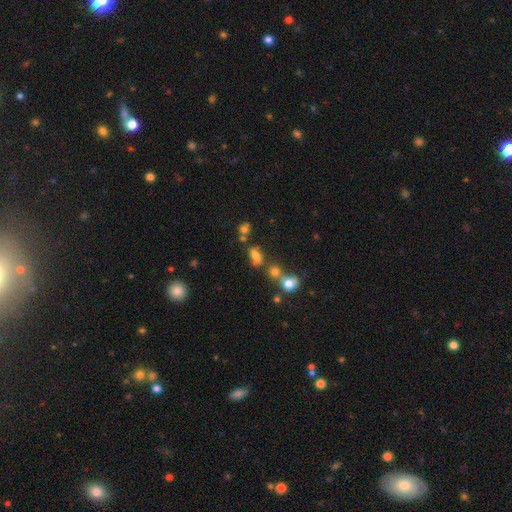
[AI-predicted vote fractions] A smooth galaxy with no disk features (63%) that is in between round and cigar-shaped (75%). Merging: none (46%).